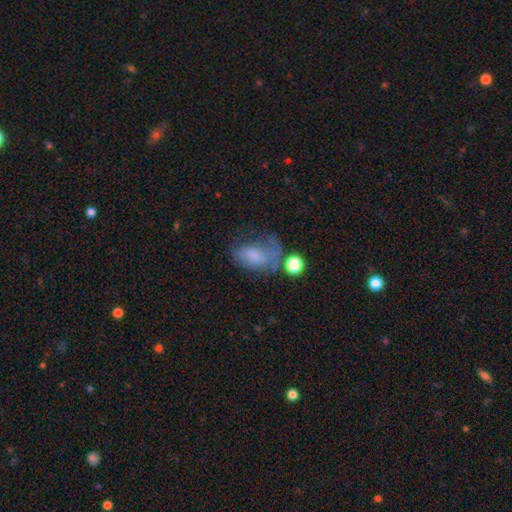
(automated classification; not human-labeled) smooth 59%, featured or disk 28%, star or artifact 14%. Down the decision tree: how rounded — in between (85%); merging — major disturbance (35%).